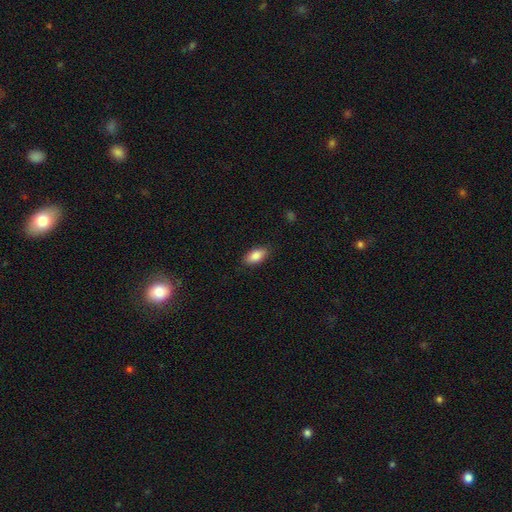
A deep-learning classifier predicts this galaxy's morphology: This appears to be a smooth galaxy with no disk features (86%) that is in between round and cigar-shaped (91%). Merging: none (87%).